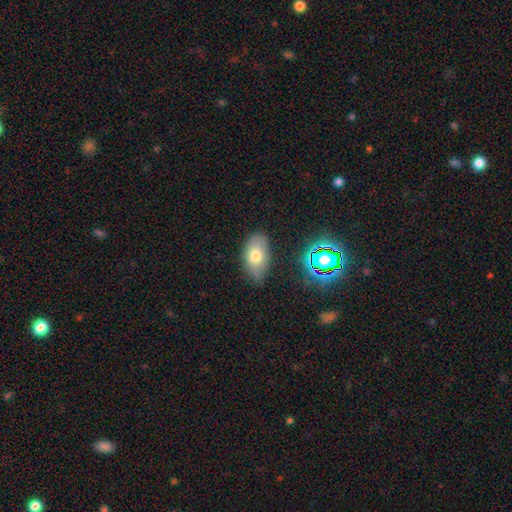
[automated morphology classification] A smooth galaxy with no disk features (71%) that is in between round and cigar-shaped (91%).

Vote fractions:
- Smooth or featured? smooth: 71% / featured or disk: 18% / star or artifact: 11%
- How rounded? in between: 91% / round: 7% / cigar-shaped: 2%
- Merging? none: 73% / minor disturbance: 20% / major disturbance: 4% / merger: 2%